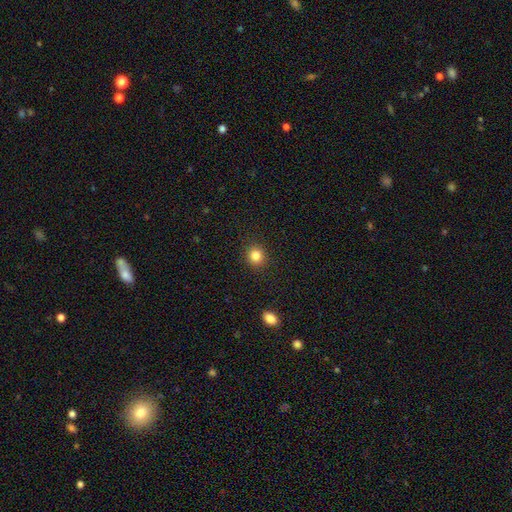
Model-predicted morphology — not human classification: The model was most divided on "how rounded": round: 85%, in between: 14%, cigar-shaped: 1%. More confident: merging — none (91%); smooth or featured — smooth (84%).